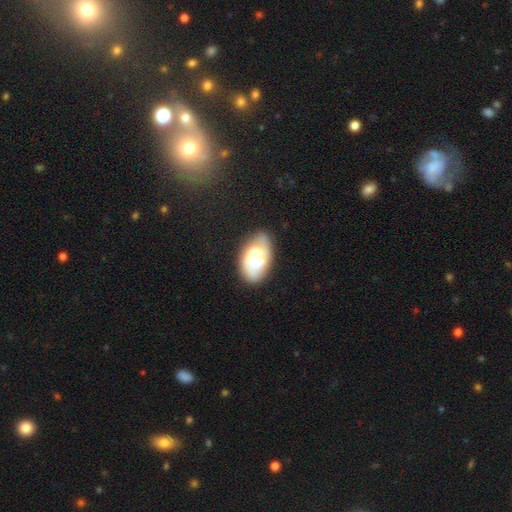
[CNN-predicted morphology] smooth-or-featured: smooth: 49% | featured or disk: 43% | star or artifact: 8%
  merging: none: 66% | minor disturbance: 24% | major disturbance: 8% | merger: 3%